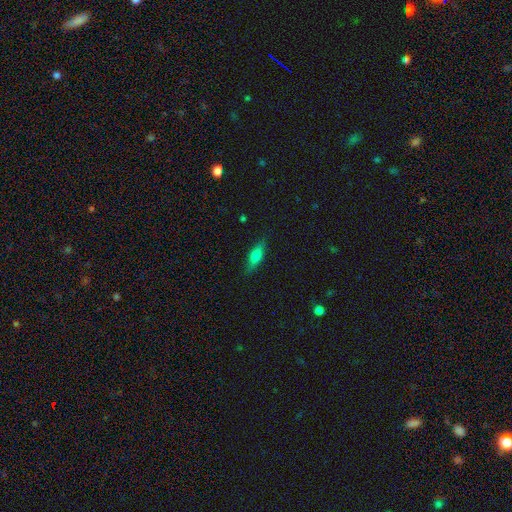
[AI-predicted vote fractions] A smooth galaxy with no disk features (60%) that is cigar-shaped (51%).

Vote fractions:
- Smooth or featured? smooth: 60% / featured or disk: 32% / star or artifact: 8%
- How rounded? cigar-shaped: 51% / in between: 46% / round: 3%
- Merging? none: 85% / minor disturbance: 11% / major disturbance: 2% / merger: 1%